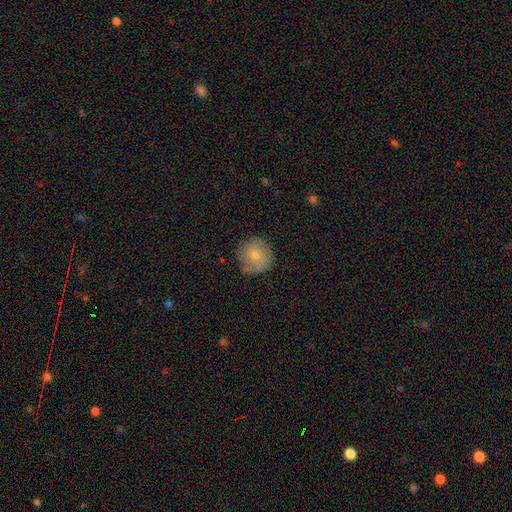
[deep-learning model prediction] smooth_or_featured: smooth (p=0.72) [alt: featured or disk p=0.20]
how_rounded: round (p=0.93) [alt: in between p=0.06]
merging: none (p=0.73) [alt: minor disturbance p=0.20]